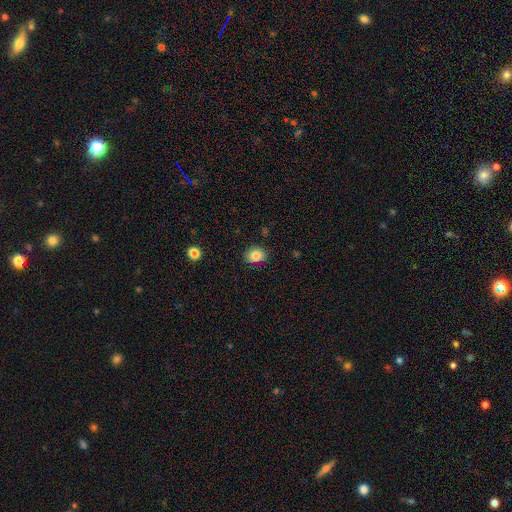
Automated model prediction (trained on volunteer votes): The model was most divided on "how rounded": in between: 53%, round: 46%, cigar-shaped: 1%. More confident: merging — none (85%); smooth or featured — smooth (84%).